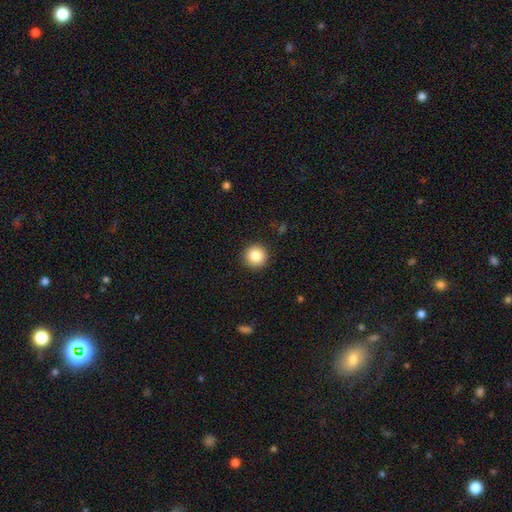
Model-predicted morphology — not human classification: smooth-or-featured: smooth: 85% | star or artifact: 9% | featured or disk: 5%
  how-rounded: round: 96% | in between: 4% | cigar-shaped: 1%
  merging: none: 92% | minor disturbance: 5% | major disturbance: 2% | merger: 1%